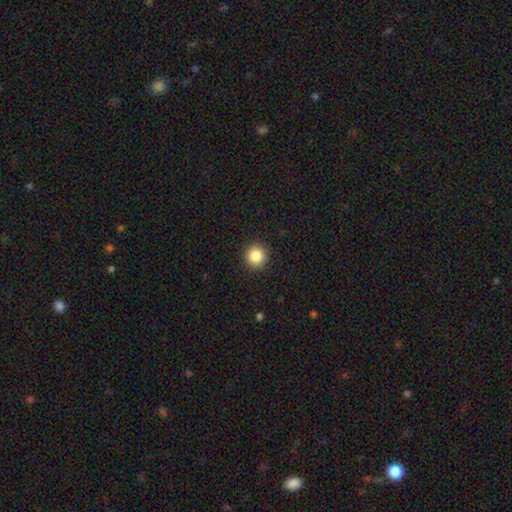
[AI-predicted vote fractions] Smooth or featured? smooth (87%)
How rounded? round (95%)
Merging? none (92%)